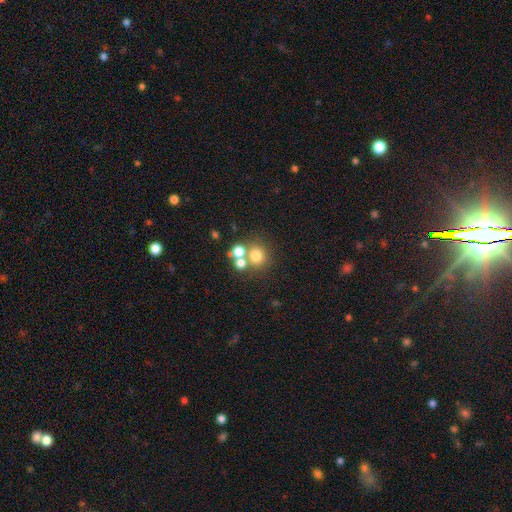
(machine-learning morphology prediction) smooth-or-featured: smooth: 70% | star or artifact: 17% | featured or disk: 13%
  how-rounded: round: 86% | in between: 13% | cigar-shaped: 1%
  merging: none: 52% | merger: 36% | minor disturbance: 7% | major disturbance: 4%